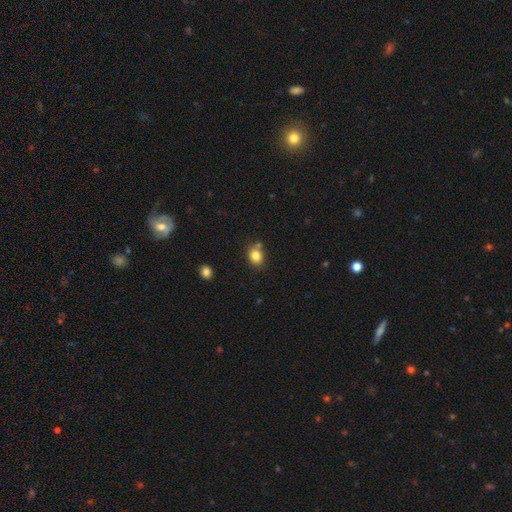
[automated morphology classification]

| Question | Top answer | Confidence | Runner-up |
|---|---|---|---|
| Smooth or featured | smooth | 83% | star or artifact (11%) |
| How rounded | round | 59% | in between (41%) |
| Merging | none | 71% | minor disturbance (13%) |